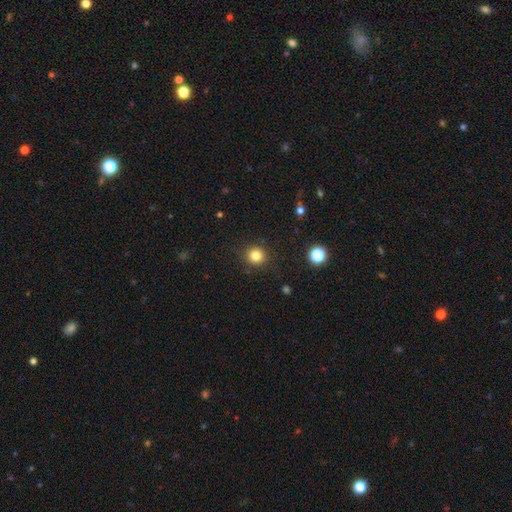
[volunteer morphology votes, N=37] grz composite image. It shows a smooth galaxy with no disk features (89%) that is round (91%). Merging: none (97%).